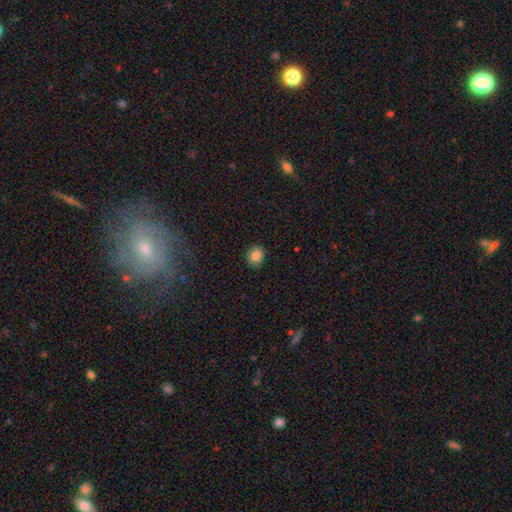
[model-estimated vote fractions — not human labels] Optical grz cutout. It shows a smooth galaxy with no disk features (85%) that is round (73%). Merging: none (90%).